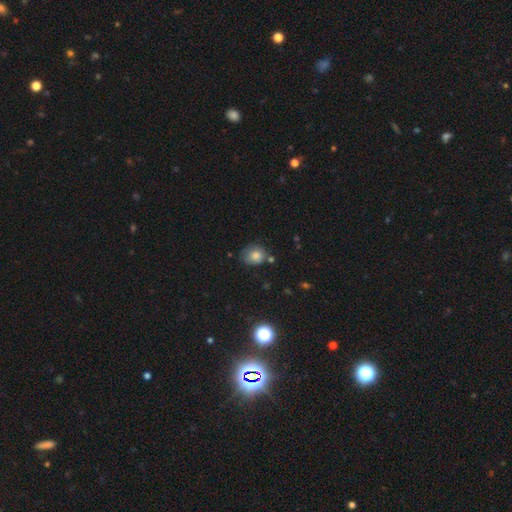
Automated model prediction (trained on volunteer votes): Overall: smooth (78%). How rounded: round (55%; in between 44%). Merging: none (62%; minor disturbance 25%).